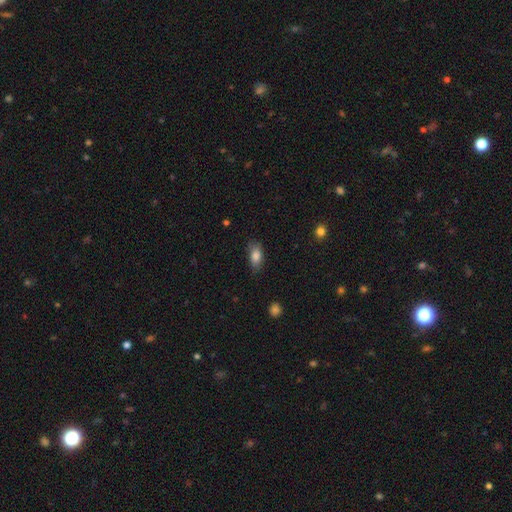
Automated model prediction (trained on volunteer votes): smooth 83%, featured or disk 9%, star or artifact 8%. Down the decision tree: how rounded — in between (87%); merging — none (76%).